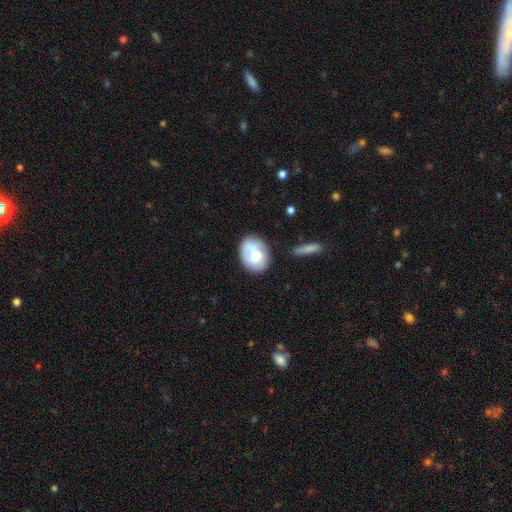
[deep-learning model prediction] Q: Smooth or featured?
A: smooth (62%); runner-up: featured or disk (32%)
Q: How rounded?
A: in between (64%); runner-up: round (35%)
Q: Merging?
A: none (58%); runner-up: minor disturbance (24%)